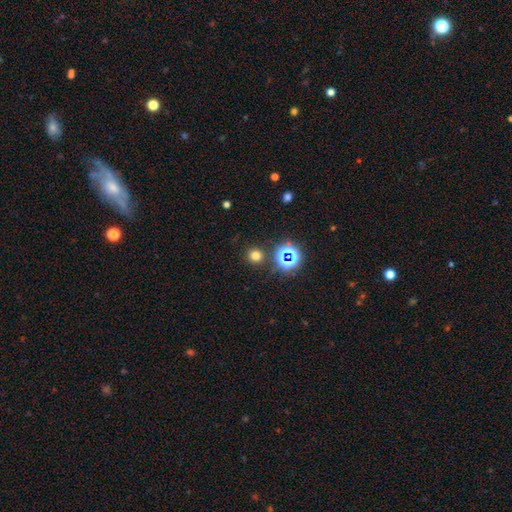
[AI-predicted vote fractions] A smooth galaxy with no disk features (69%) that is round (92%). Merging: none (87%).